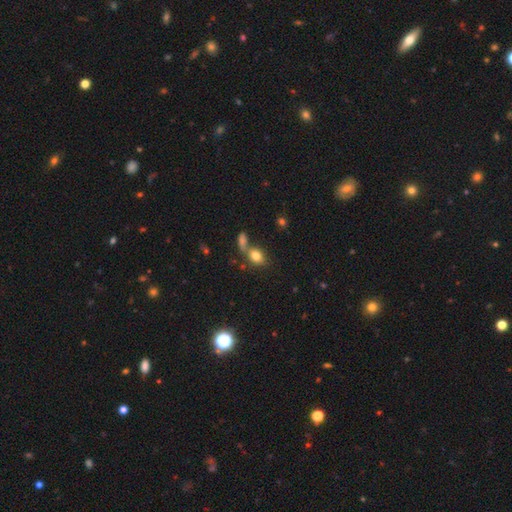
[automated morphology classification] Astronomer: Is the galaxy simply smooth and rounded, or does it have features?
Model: smooth — 79%.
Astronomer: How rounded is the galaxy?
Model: in between — 71%.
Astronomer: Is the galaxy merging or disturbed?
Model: none — 50% (runner-up: merger, 32%).